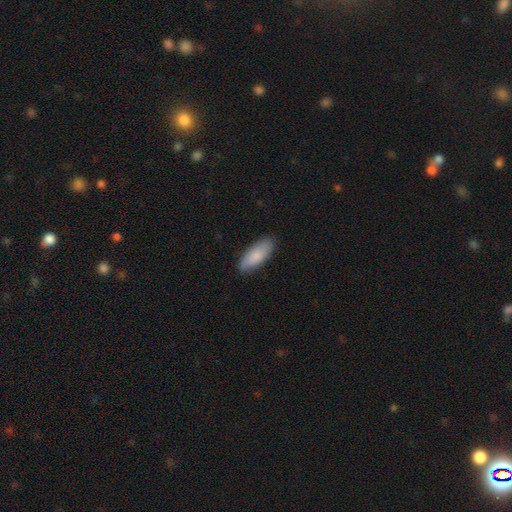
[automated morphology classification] This is clearly a smooth galaxy (83%). How rounded: likely in between (78%). Merging: clearly none (86%).